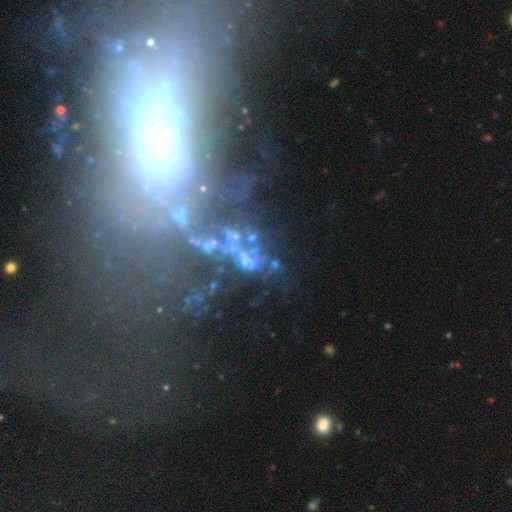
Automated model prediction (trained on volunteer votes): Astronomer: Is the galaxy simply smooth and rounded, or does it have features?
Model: featured or disk — 53% (runner-up: star or artifact, 32%).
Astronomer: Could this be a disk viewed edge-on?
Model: no — 90%.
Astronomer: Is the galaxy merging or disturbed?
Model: none — 38% (runner-up: major disturbance, 30%).